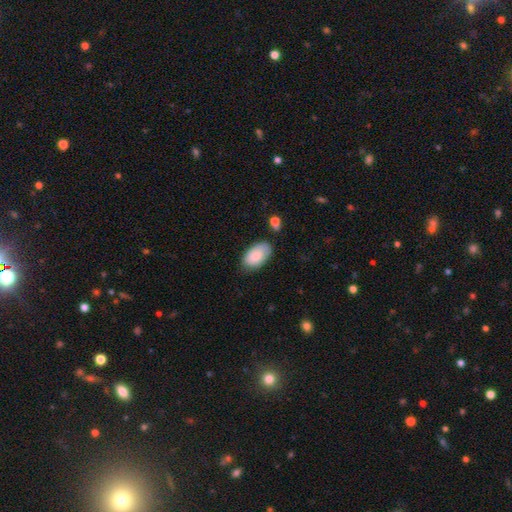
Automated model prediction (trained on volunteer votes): A smooth galaxy with no disk features (84%) that is in between round and cigar-shaped (95%). Merging: none (72%).